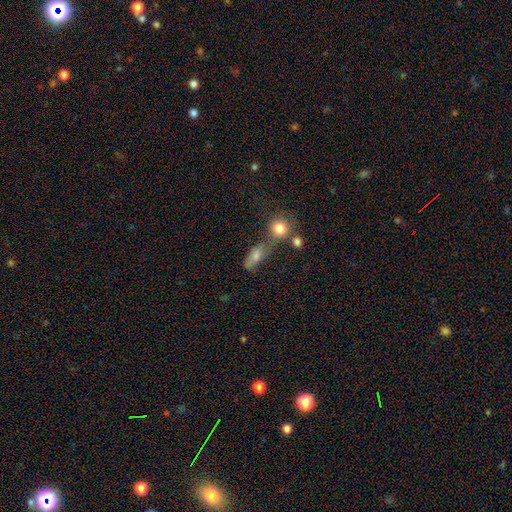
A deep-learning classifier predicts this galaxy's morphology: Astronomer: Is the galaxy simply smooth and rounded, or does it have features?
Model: smooth — 76%.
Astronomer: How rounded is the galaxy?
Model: in between — 65%.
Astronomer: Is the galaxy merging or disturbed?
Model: none — 41% (runner-up: merger, 29%).